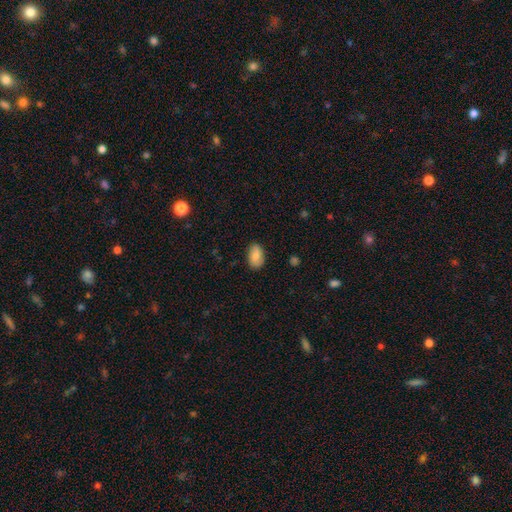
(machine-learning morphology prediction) This appears to be a smooth galaxy with no disk features (81%) that is in between round and cigar-shaped (92%). Merging: none (83%).